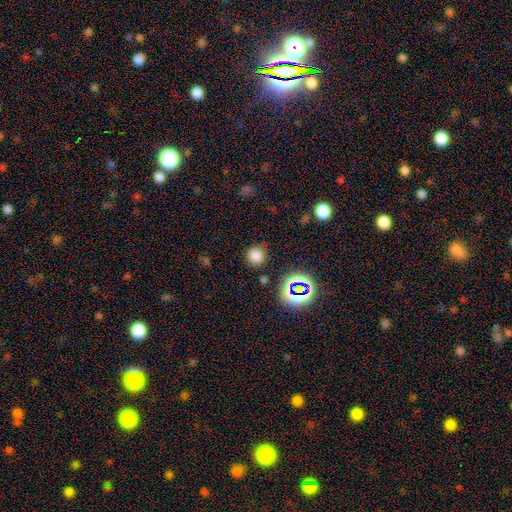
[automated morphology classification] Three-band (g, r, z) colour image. It shows a smooth galaxy with no disk features (75%) that is round (91%). Merging: none (85%).